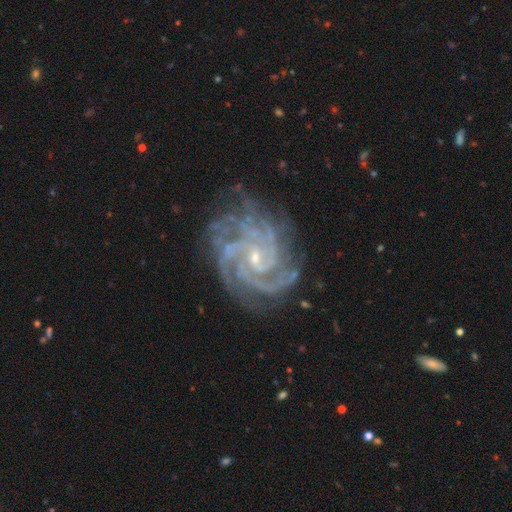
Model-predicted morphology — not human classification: Smooth or featured? Predicted: featured or disk (p=0.92). Edge-on disk? Predicted: no (p=0.98). Bar? Predicted: no (p=0.56). Spiral arms? Predicted: yes (p=0.99). Spiral winding? Predicted: tight (p=0.72). Spiral arm count? Predicted: 4 (p=0.30). Bulge size? Predicted: small (p=0.81). Merging? Predicted: none (p=0.74).